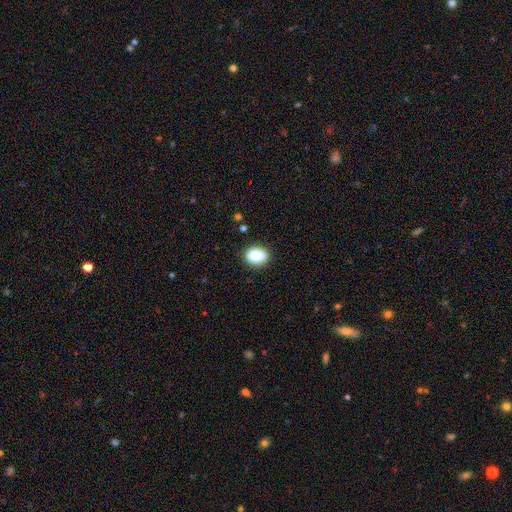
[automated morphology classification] This appears to be a smooth galaxy with no disk features (84%) that is in between round and cigar-shaped (56%). Merging: none (85%).